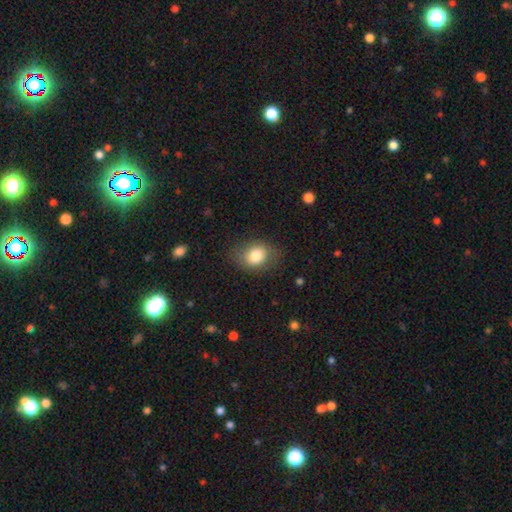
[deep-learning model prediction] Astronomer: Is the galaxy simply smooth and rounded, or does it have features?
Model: smooth — 80%.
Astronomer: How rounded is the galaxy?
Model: in between — 56% (runner-up: round, 43%).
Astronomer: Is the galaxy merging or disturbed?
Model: none — 76%.